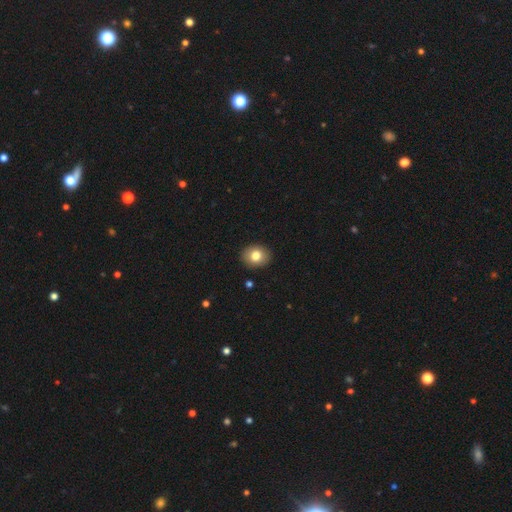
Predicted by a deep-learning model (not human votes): A smooth galaxy with no disk features (80%) that is round (56%).

Vote fractions:
- Smooth or featured? smooth: 80% / featured or disk: 11% / star or artifact: 9%
- How rounded? round: 56% / in between: 43% / cigar-shaped: 1%
- Merging? none: 91% / minor disturbance: 7% / major disturbance: 2% / merger: 1%